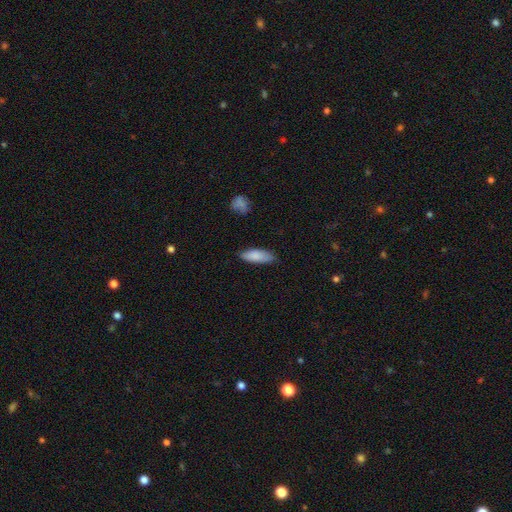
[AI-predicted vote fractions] smooth-or-featured: smooth: 86% | featured or disk: 8% | star or artifact: 6%
  how-rounded: in between: 69% | cigar-shaped: 30% | round: 2%
  merging: none: 79% | minor disturbance: 17% | major disturbance: 3% | merger: 1%